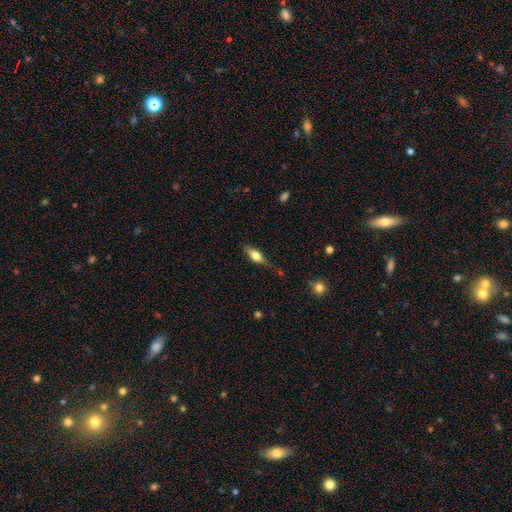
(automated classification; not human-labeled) Smooth or featured? Predicted: featured or disk (p=0.48). Merging? Predicted: none (p=0.73).